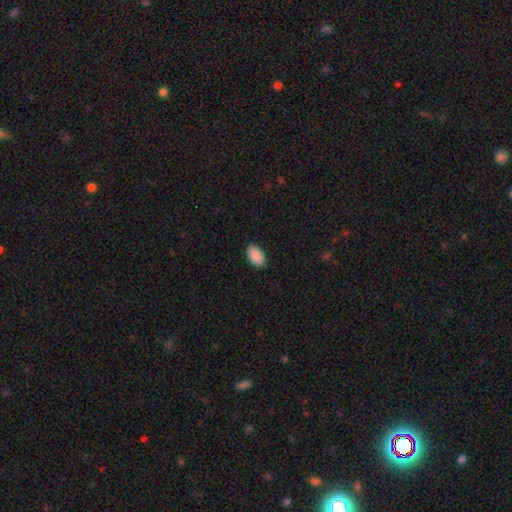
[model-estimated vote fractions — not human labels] Smooth or featured? Predicted: smooth (p=0.91). How rounded? Predicted: in between (p=0.95). Merging? Predicted: none (p=0.89).